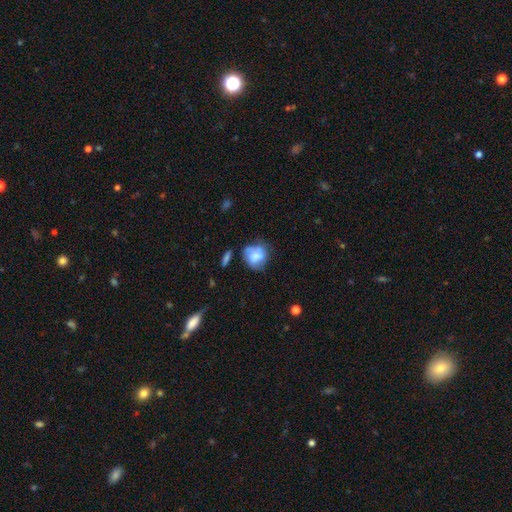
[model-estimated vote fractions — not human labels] A smooth galaxy with no disk features (56%) that is round (60%). Merging: none (41%).